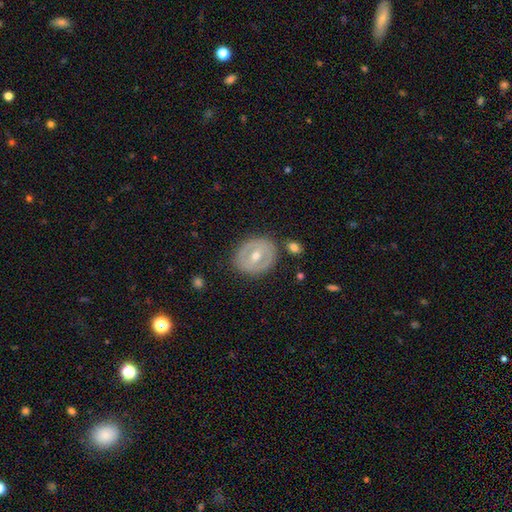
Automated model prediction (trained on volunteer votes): This appears to be a featured or disk galaxy (58%) with no bar (44%), no spiral arms (83%) and a moderate central bulge (71%). Merging: none (82%).